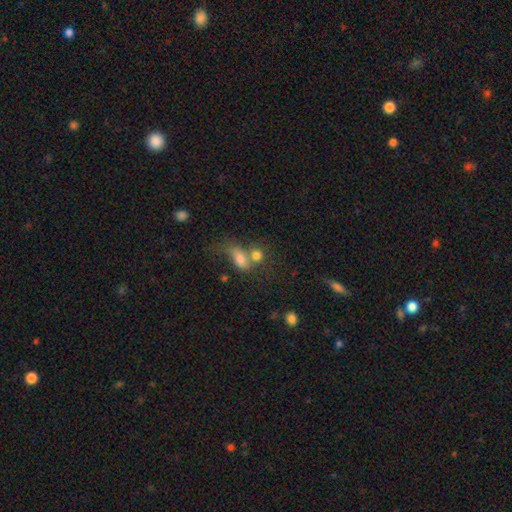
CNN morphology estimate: Overall: smooth (68%). How rounded: in between (55%; round 41%). Merging: merger (58%; none 23%).